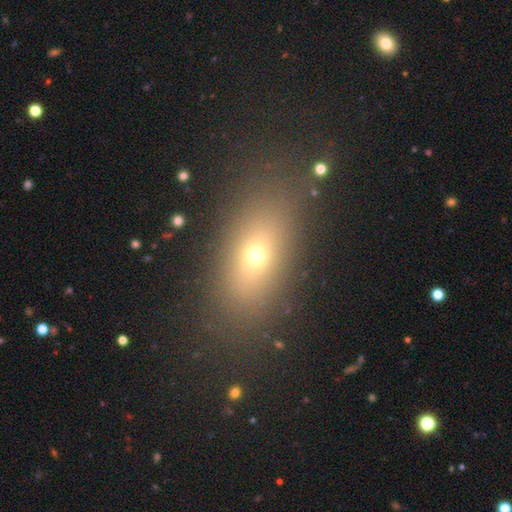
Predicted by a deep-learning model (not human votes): smooth 62%, star or artifact 19%, featured or disk 19%. Down the decision tree: how rounded — in between (69%); merging — none (82%).